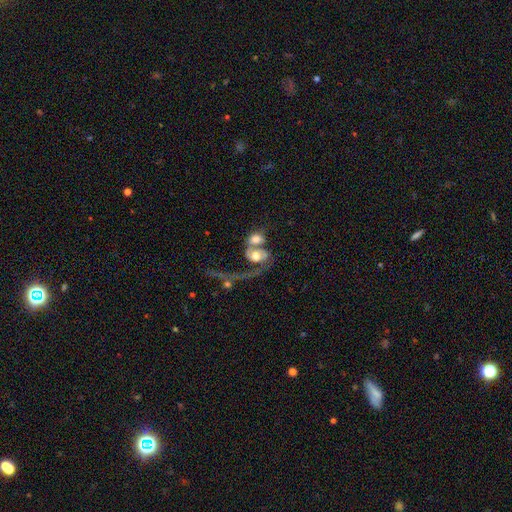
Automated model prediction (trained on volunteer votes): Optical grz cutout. It shows a featured or disk galaxy (50%). Merging: merger (70%).